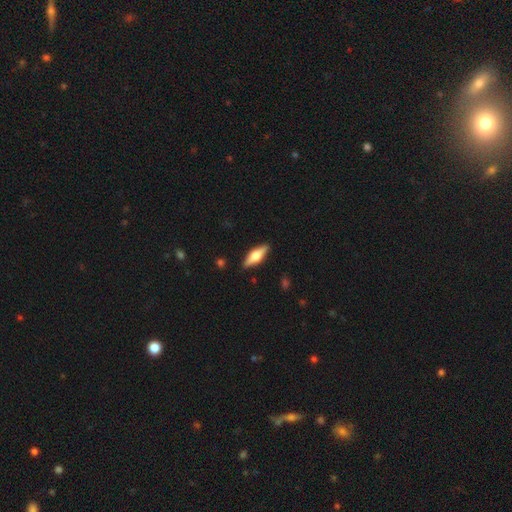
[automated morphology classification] smooth_or_featured: featured or disk (p=0.60) [alt: smooth p=0.34]
disk_edge_on: yes (p=0.95) [alt: no p=0.05]
edge_on_bulge: rounded (p=0.93) [alt: boxy p=0.06]
merging: none (p=0.89) [alt: minor disturbance p=0.08]